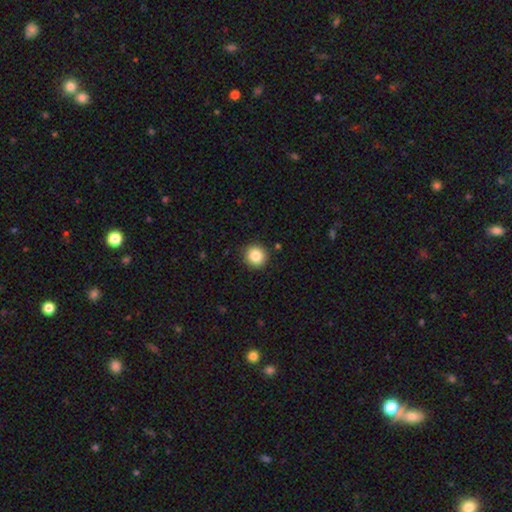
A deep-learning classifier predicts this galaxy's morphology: smooth 85%, star or artifact 9%, featured or disk 6%. Down the decision tree: how rounded — round (94%); merging — none (90%).